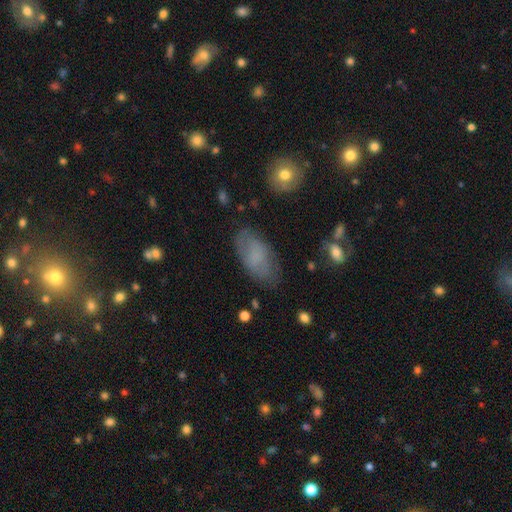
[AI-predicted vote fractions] smooth-or-featured: smooth: 64% | featured or disk: 26% | star or artifact: 10%
  how-rounded: in between: 92% | cigar-shaped: 4% | round: 3%
  merging: none: 73% | minor disturbance: 19% | major disturbance: 6% | merger: 2%